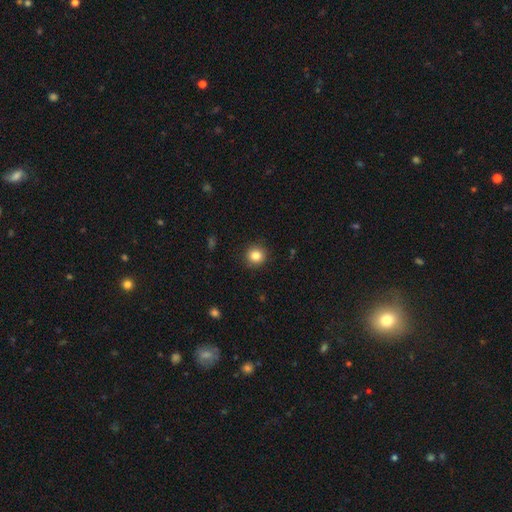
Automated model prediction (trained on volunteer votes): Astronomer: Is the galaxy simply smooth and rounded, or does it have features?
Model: smooth — 84%.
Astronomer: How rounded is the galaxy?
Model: round — 92%.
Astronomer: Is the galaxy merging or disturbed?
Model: none — 90%.